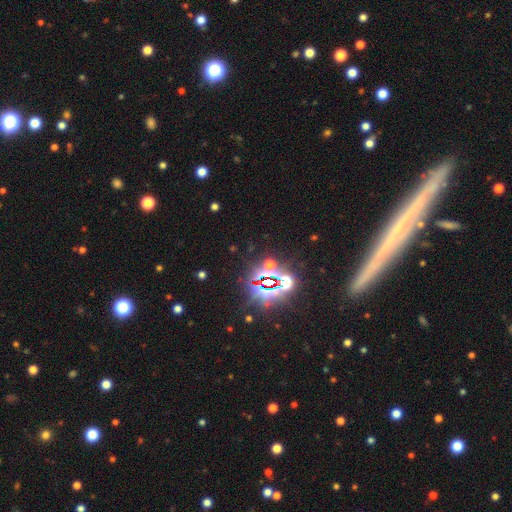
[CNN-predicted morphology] Smooth or featured? Predicted: featured or disk (p=0.43). Merging? Predicted: none (p=0.88).